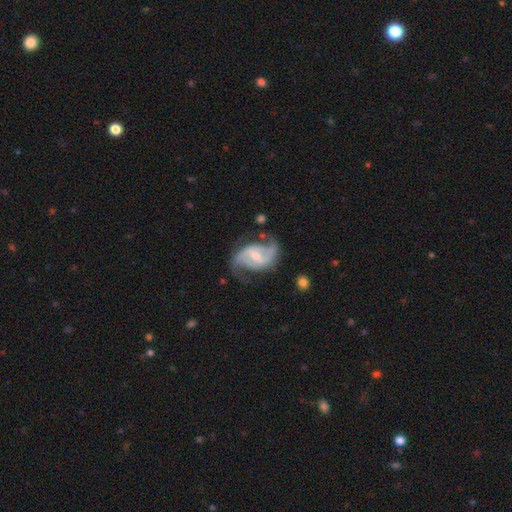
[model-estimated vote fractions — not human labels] Overall: featured or disk (89%). Edge-on disk: no (98%). Bar: weak (50%; strong 33%). Spiral arms: yes (97%). Spiral arm count: 2 (91%). Spiral winding: medium (48%; loose 38%). Bulge size: moderate (48%; small 45%). Merging: none (69%).